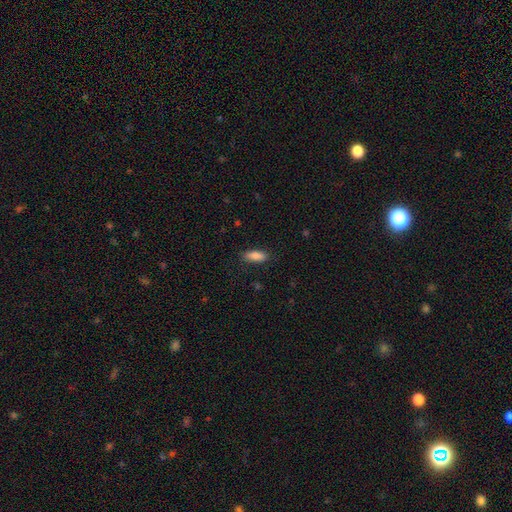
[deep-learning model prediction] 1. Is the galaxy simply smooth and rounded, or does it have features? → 88% smooth, 7% star or artifact, 5% featured or disk.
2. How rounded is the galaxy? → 72% in between, 26% cigar-shaped, 2% round.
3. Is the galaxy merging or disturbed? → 84% none, 12% minor disturbance, 3% major disturbance, 1% merger.